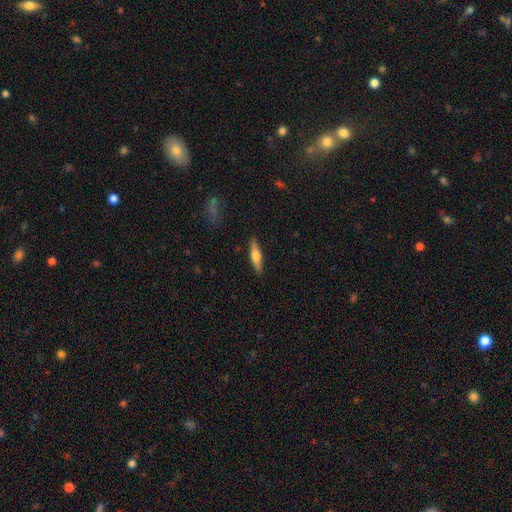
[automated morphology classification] This is possibly a smooth galaxy (47%, tied with featured or disk). Merging: clearly none (88%).